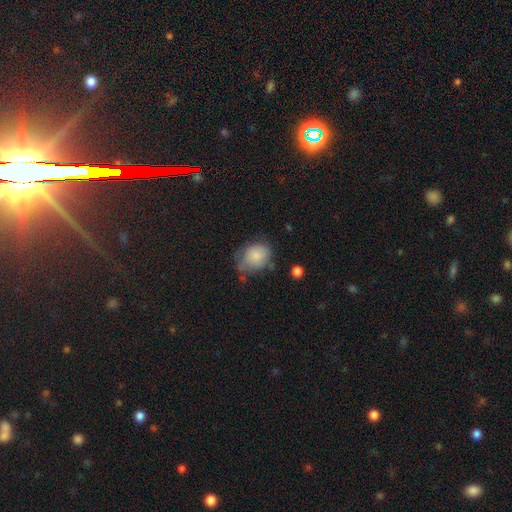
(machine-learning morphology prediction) smooth 80%, featured or disk 12%, star or artifact 8%. Down the decision tree: how rounded — in between (56%); merging — none (44%).